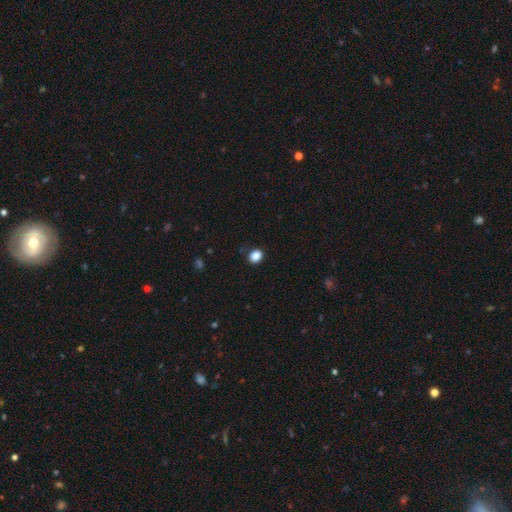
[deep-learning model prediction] A smooth galaxy with no disk features (86%) that is round (52%).

Vote fractions:
- Smooth or featured? smooth: 86% / star or artifact: 11% / featured or disk: 3%
- How rounded? round: 52% / in between: 47% / cigar-shaped: 1%
- Merging? none: 87% / minor disturbance: 9% / major disturbance: 2% / merger: 1%